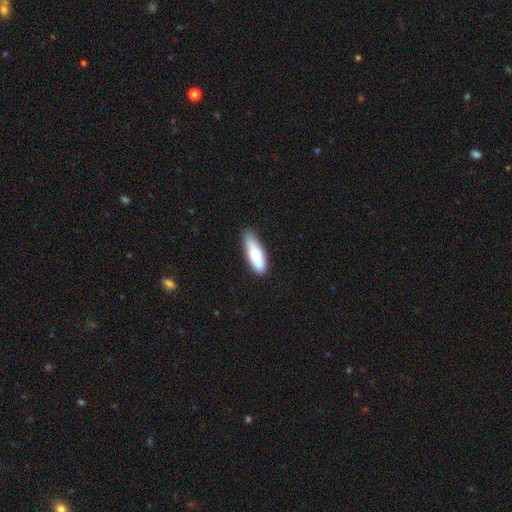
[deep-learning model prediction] smooth-or-featured: smooth: 78% | featured or disk: 16% | star or artifact: 6%
  how-rounded: in between: 50% | cigar-shaped: 48% | round: 2%
  merging: none: 71% | minor disturbance: 22% | major disturbance: 4% | merger: 3%